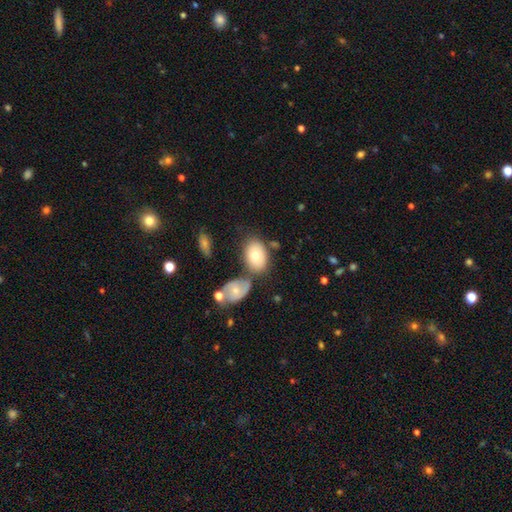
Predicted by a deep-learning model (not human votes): Q: Smooth or featured?
A: smooth (73%); runner-up: featured or disk (20%)
Q: How rounded?
A: in between (85%); runner-up: round (14%)
Q: Merging?
A: none (57%); runner-up: merger (21%)